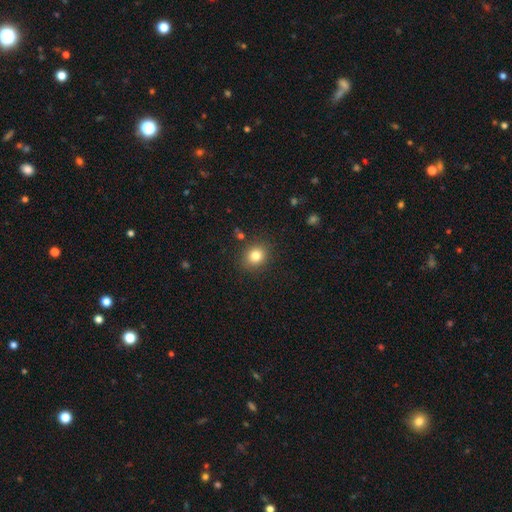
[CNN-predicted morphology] smooth 81%, star or artifact 12%, featured or disk 7%. Down the decision tree: how rounded — round (72%); merging — none (87%).